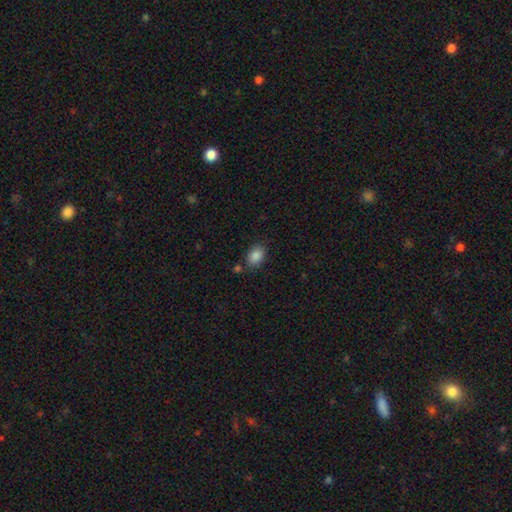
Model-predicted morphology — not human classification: Smooth or featured?
  - smooth: 87% *
  - star or artifact: 8%
  - featured or disk: 4%
How rounded?
  - in between: 75% *
  - round: 24%
  - cigar-shaped: 1%
Merging?
  - none: 77% *
  - minor disturbance: 13%
  - merger: 6%
  - major disturbance: 4%